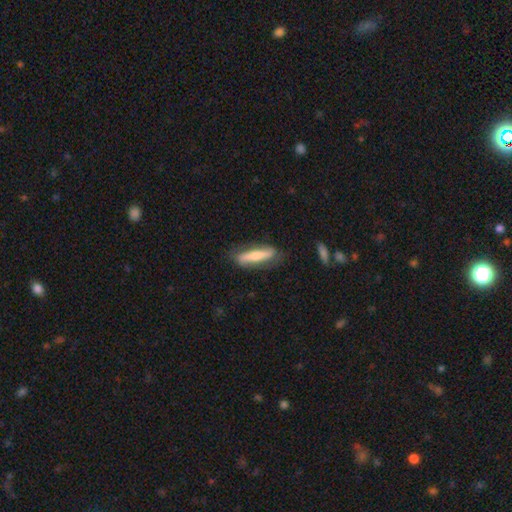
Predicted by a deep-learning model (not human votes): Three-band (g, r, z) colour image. It shows a smooth galaxy with no disk features (53%) that is cigar-shaped (75%). Merging: none (76%).